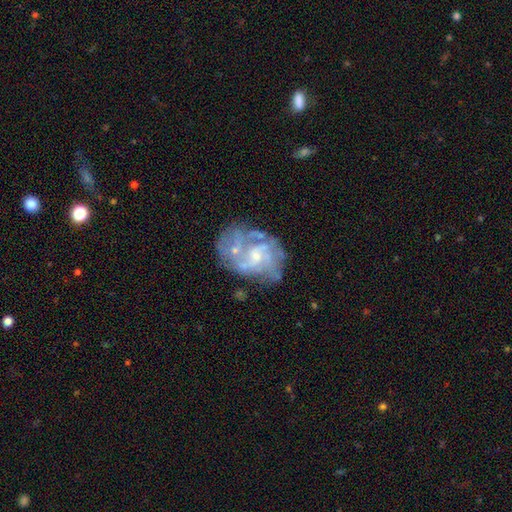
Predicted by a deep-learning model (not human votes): featured or disk 78%, smooth 13%, star or artifact 9%. Down the decision tree: edge-on disk — no (98%); bar — no (63%); spiral arms — yes (69%); spiral arm count — can't tell (41%); spiral winding — medium (41%); bulge size — small (59%); merging — none (48%).